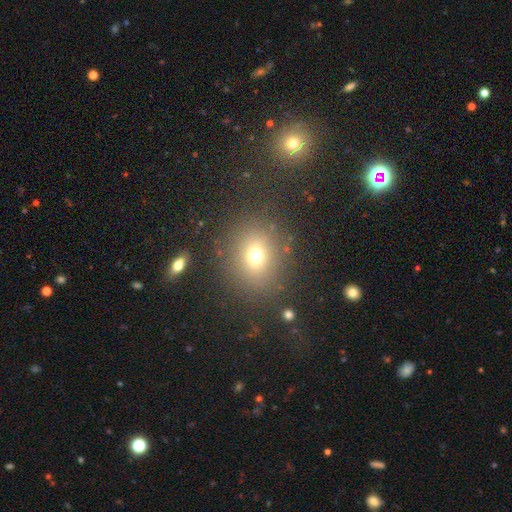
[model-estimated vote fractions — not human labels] Morphology: type=smooth (71%); roundness=round (72%); merging=none (83%).